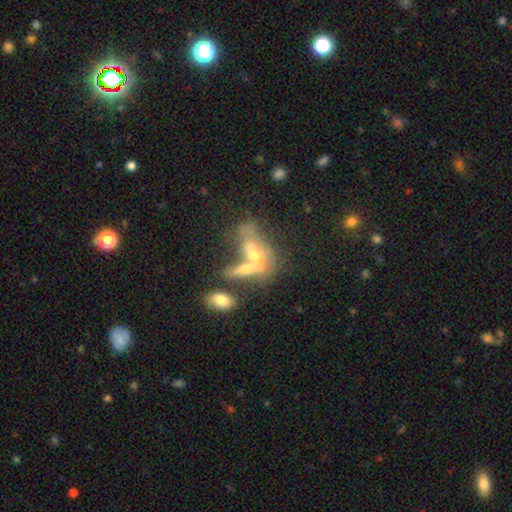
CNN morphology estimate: Smooth or featured? Predicted: featured or disk (p=0.45). Merging? Predicted: merger (p=0.55).